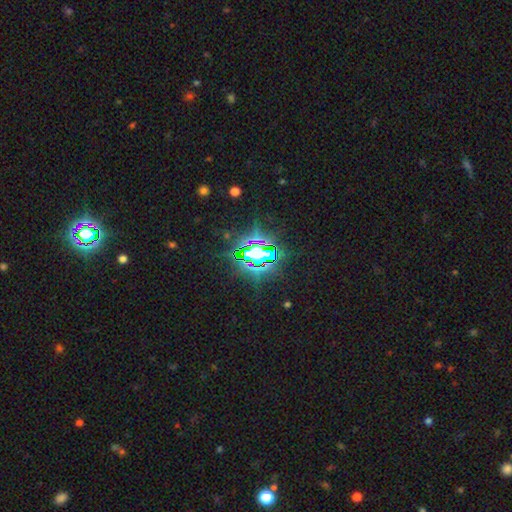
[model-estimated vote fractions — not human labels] smooth_or_featured: star or artifact (p=0.78) [alt: smooth p=0.12]